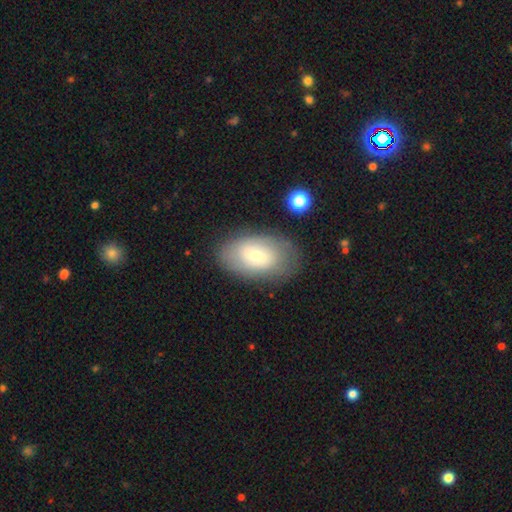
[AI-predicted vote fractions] Smooth or featured? smooth (48%)
Merging? none (77%)